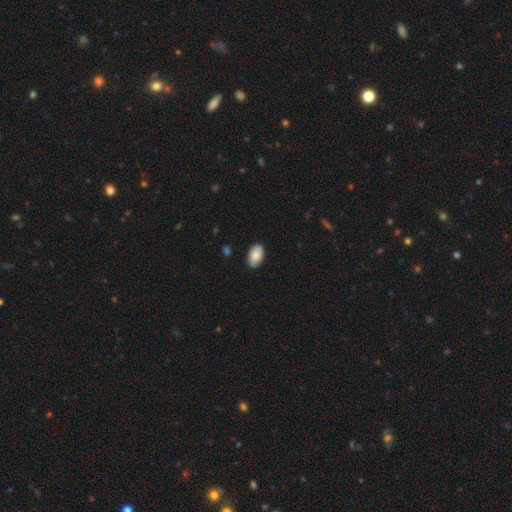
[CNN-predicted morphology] The model was most divided on "merging": none: 81%, minor disturbance: 15%, major disturbance: 2%, merger: 1%. More confident: how rounded — in between (93%); smooth or featured — smooth (80%).